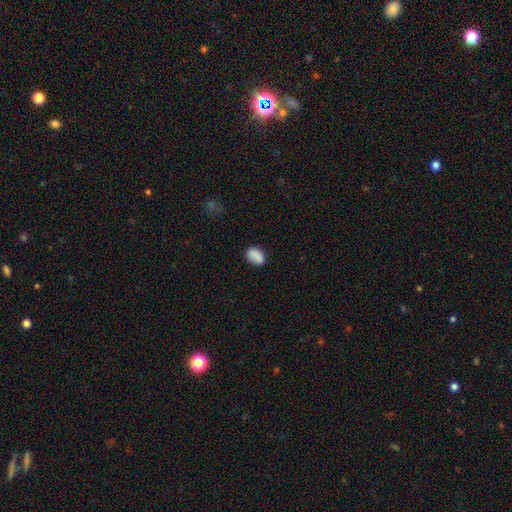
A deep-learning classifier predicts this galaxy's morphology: smooth-or-featured: smooth: 86% | star or artifact: 9% | featured or disk: 6%
  how-rounded: in between: 77% | round: 22% | cigar-shaped: 2%
  merging: none: 75% | minor disturbance: 18% | major disturbance: 4% | merger: 3%